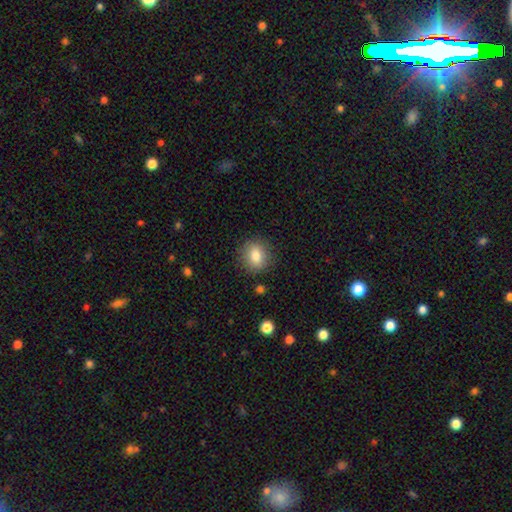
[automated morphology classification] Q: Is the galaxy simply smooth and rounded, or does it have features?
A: smooth — 81%.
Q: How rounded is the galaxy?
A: round — 67%.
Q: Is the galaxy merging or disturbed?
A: none — 86%.